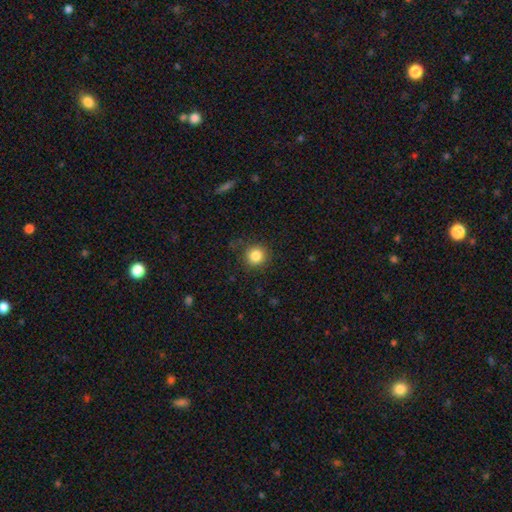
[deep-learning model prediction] Smooth or featured: smooth — 84% (star or artifact — 11%)
How rounded: round — 93% (in between — 6%)
Merging: none — 85% (minor disturbance — 10%)